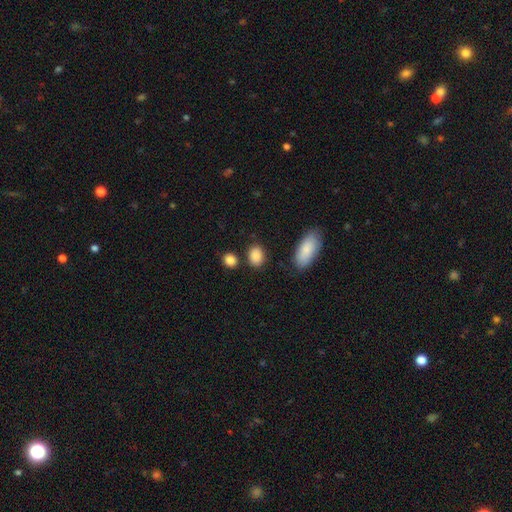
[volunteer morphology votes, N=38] Smooth or featured: smooth — 97% (star or artifact — 3%)
How rounded: in between — 59% (round — 41%)
Merging: none — 86% (minor disturbance — 8%)